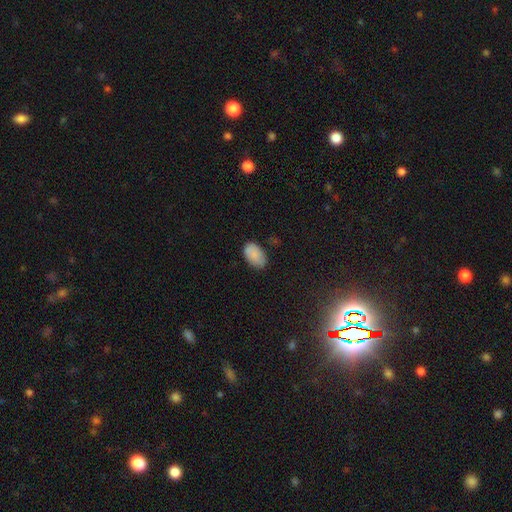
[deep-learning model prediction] smooth-or-featured: smooth: 87% | star or artifact: 7% | featured or disk: 5%
  how-rounded: in between: 93% | round: 5% | cigar-shaped: 1%
  merging: none: 76% | minor disturbance: 19% | major disturbance: 3% | merger: 2%